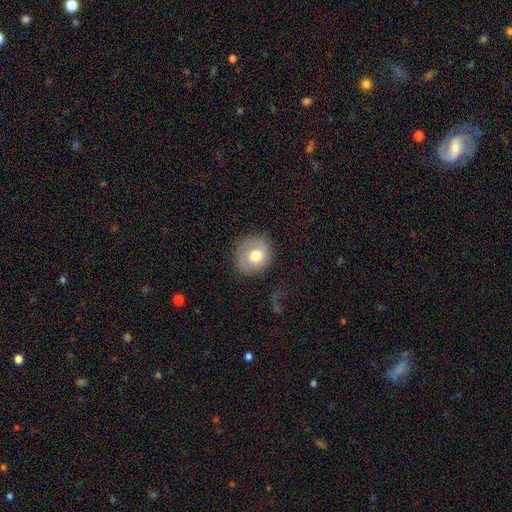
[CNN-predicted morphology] This appears to be a smooth galaxy with no disk features (65%) that is round (81%). Merging: none (68%).